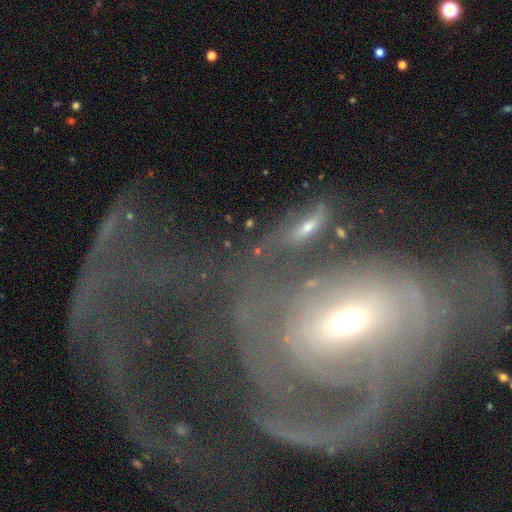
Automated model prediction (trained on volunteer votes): Overall: featured or disk (74%). Edge-on disk: no (94%). Bar: no (54%; weak 30%). Spiral arms: yes (62%; no 38%). Bulge size: moderate (57%; small 32%). Merging: major disturbance (58%).